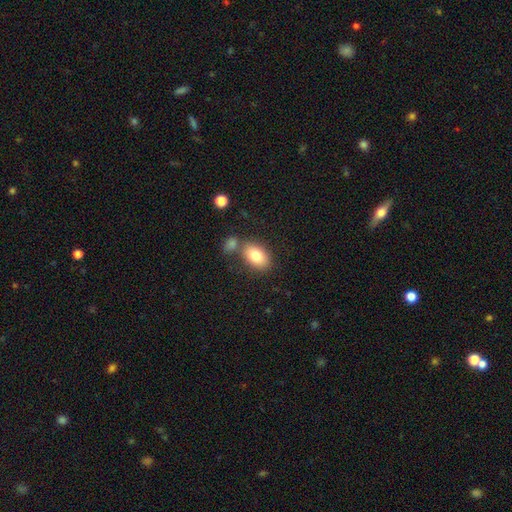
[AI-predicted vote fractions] Smooth or featured?
  - smooth: 80% *
  - featured or disk: 12%
  - star or artifact: 7%
How rounded?
  - in between: 90% *
  - round: 8%
  - cigar-shaped: 2%
Merging?
  - none: 65% *
  - merger: 19%
  - minor disturbance: 12%
  - major disturbance: 4%